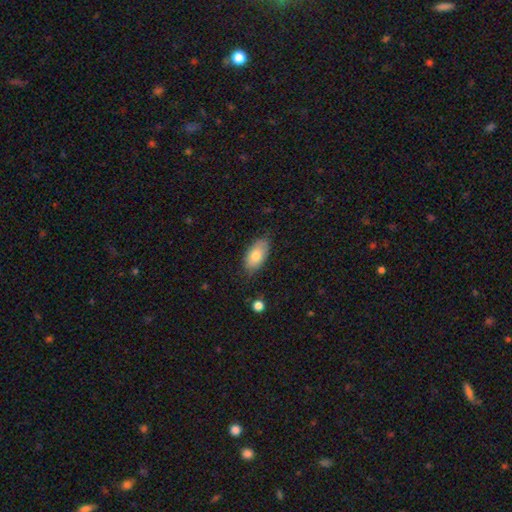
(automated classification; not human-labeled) This appears to be a smooth galaxy with no disk features (79%) that is in between round and cigar-shaped (93%). Merging: none (76%).